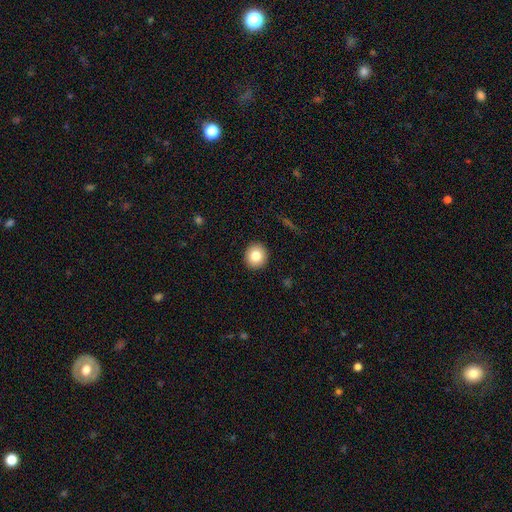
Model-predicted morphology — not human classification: type=smooth (81%); roundness=round (91%); merging=none (92%).